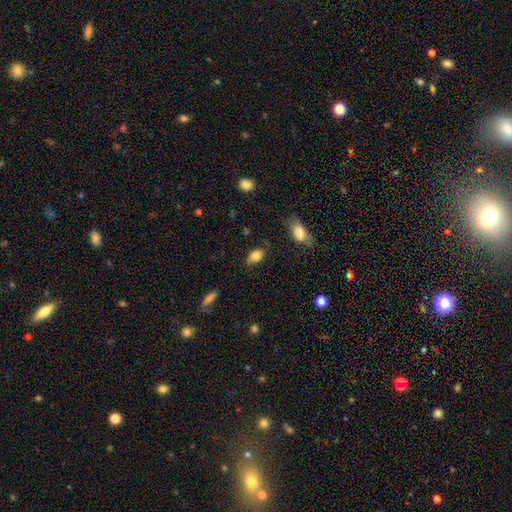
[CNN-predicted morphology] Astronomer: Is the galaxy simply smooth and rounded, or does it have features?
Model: smooth — 82%.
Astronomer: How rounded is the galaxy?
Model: in between — 79%.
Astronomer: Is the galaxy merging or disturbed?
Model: none — 67%.